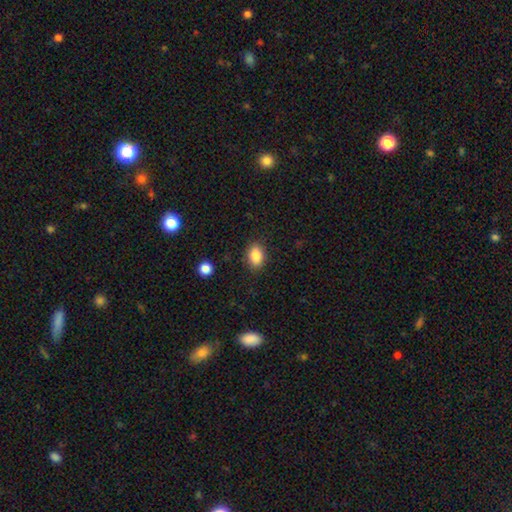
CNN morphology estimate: Smooth or featured: smooth — 87% (star or artifact — 9%)
How rounded: in between — 83% (round — 15%)
Merging: none — 87% (minor disturbance — 10%)